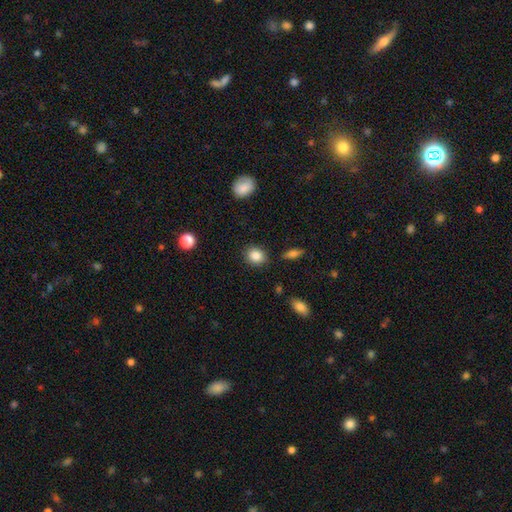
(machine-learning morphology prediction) Smooth or featured?
  - smooth: 86% *
  - star or artifact: 9%
  - featured or disk: 5%
How rounded?
  - round: 60% *
  - in between: 39%
  - cigar-shaped: 1%
Merging?
  - none: 84% *
  - minor disturbance: 11%
  - major disturbance: 3%
  - merger: 2%